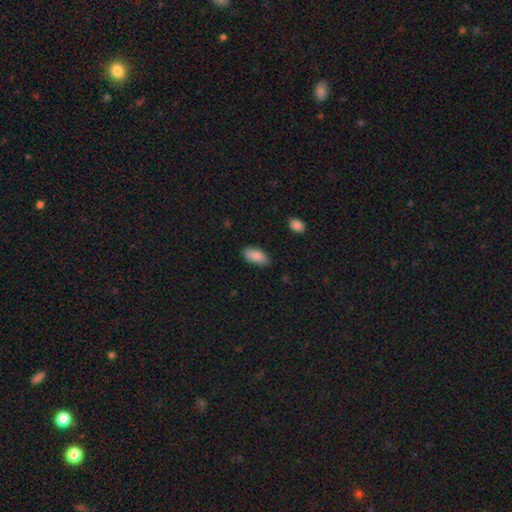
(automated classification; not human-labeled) Smooth or featured? smooth (88%)
How rounded? in between (93%)
Merging? none (82%)